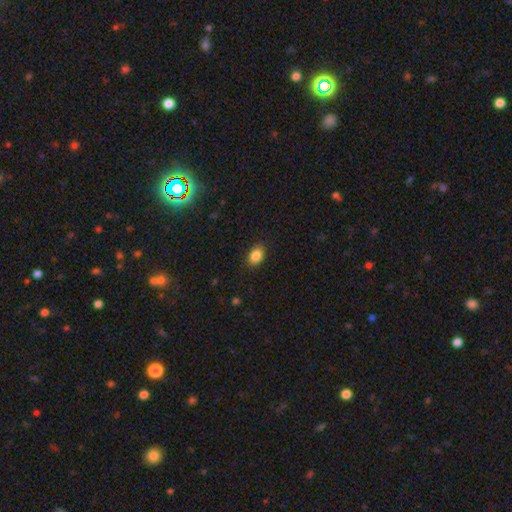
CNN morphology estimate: smooth 86%, star or artifact 9%, featured or disk 5%. Down the decision tree: how rounded — in between (81%); merging — none (86%).